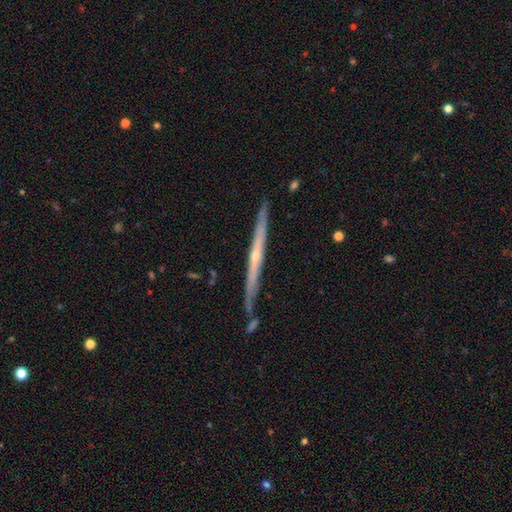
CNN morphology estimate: smooth_or_featured: featured or disk (p=0.77) [alt: smooth p=0.17]
disk_edge_on: yes (p=0.97) [alt: no p=0.03]
edge_on_bulge: rounded (p=0.56) [alt: none p=0.41]
merging: none (p=0.81) [alt: minor disturbance p=0.13]